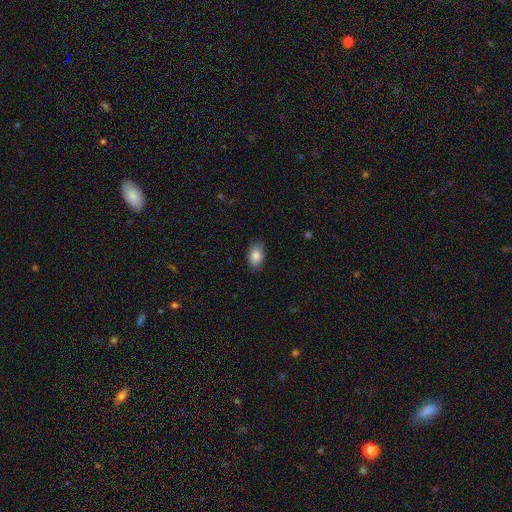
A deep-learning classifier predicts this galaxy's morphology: This appears to be a smooth galaxy with no disk features (85%) that is in between round and cigar-shaped (90%). Merging: none (87%).